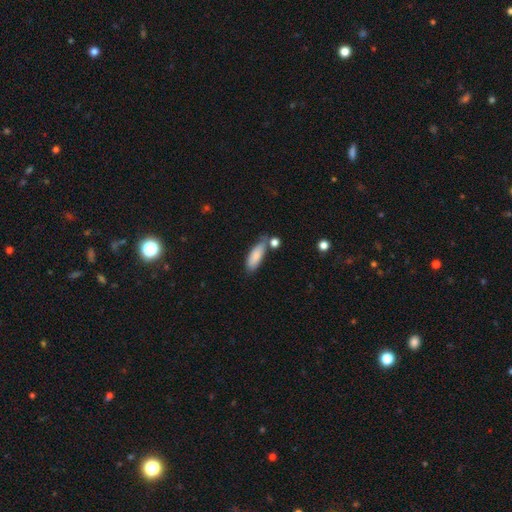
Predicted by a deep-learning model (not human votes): Smooth or featured? smooth (83%)
How rounded? in between (62%)
Merging? none (63%)